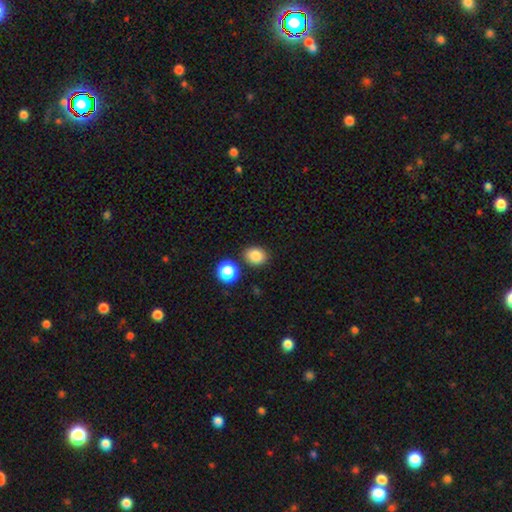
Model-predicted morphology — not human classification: This is clearly a smooth galaxy (85%). How rounded: possibly round (56%). Merging: clearly none (82%).